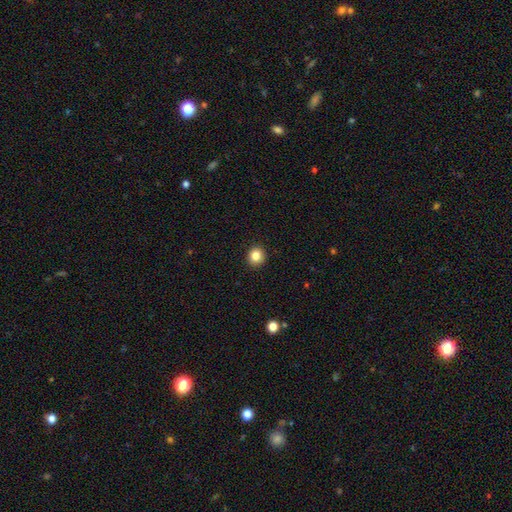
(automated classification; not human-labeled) smooth 84%, star or artifact 11%, featured or disk 6%. Down the decision tree: how rounded — round (87%); merging — none (93%).